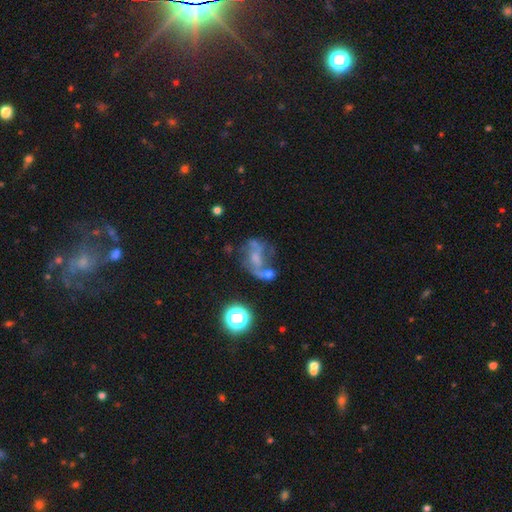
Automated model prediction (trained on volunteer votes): Smooth or featured: featured or disk — 55% (smooth — 26%)
Edge-on disk: no — 96% (yes — 4%)
Bar: no — 63% (weak — 26%)
Spiral arms: no — 51% (yes — 49%)
Bulge size: none — 45% (moderate — 23%)
Merging: major disturbance — 30% (none — 29%)